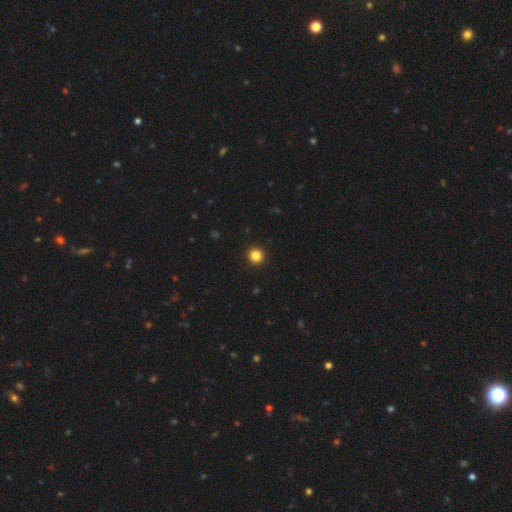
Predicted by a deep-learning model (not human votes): A smooth galaxy with no disk features (85%) that is round (95%).

Vote fractions:
- Smooth or featured? smooth: 85% / star or artifact: 12% / featured or disk: 3%
- How rounded? round: 95% / in between: 4% / cigar-shaped: 1%
- Merging? none: 94% / minor disturbance: 4% / major disturbance: 1% / merger: 1%